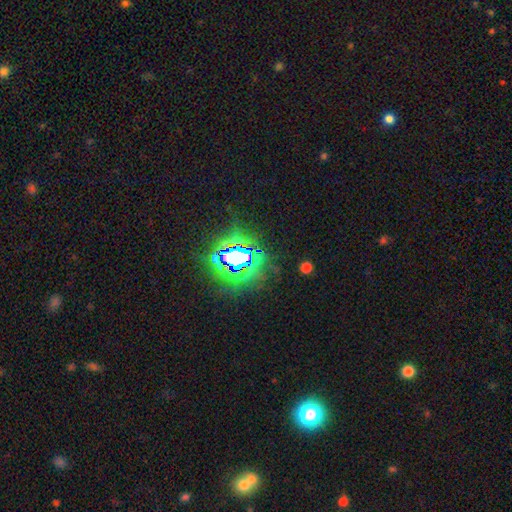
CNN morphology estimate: A star or artifact, not a galaxy (78%).